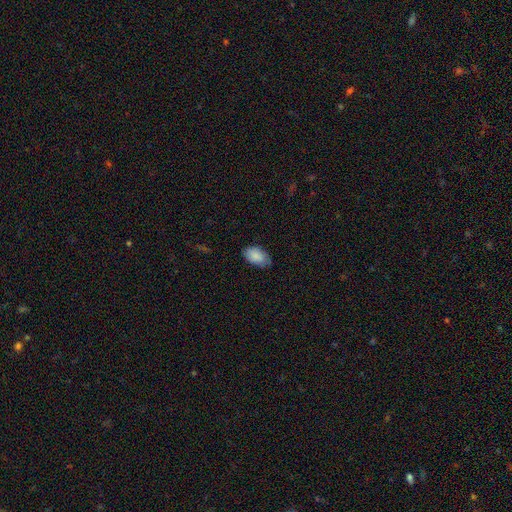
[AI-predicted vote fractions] Smooth or featured? Predicted: smooth (p=0.87). How rounded? Predicted: in between (p=0.94). Merging? Predicted: none (p=0.74).